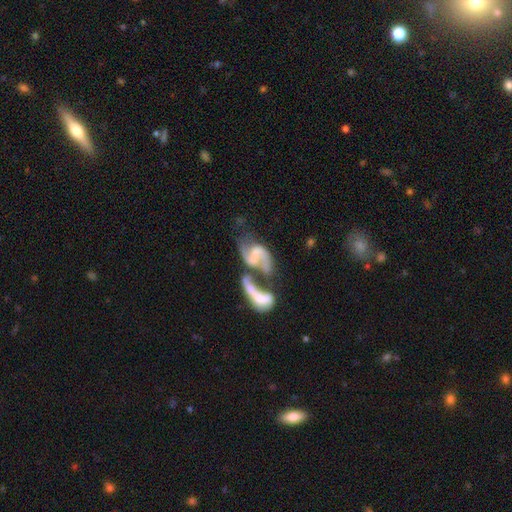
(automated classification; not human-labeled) A featured or disk galaxy (76%) with no bar (41%), 2 (82%) loose (67%) spiral arms (82%) and no central bulge (58%). Merging: merger (57%).